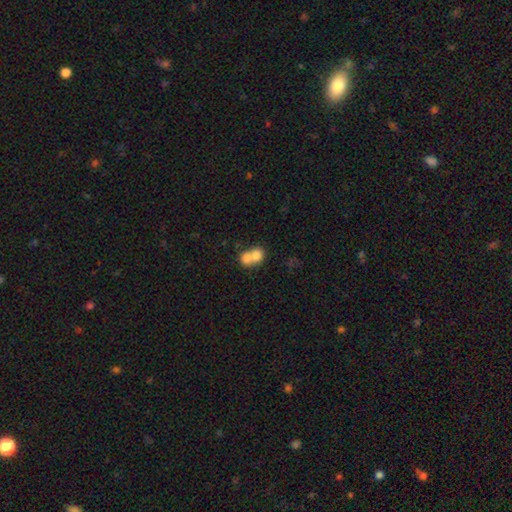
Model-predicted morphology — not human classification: The model was most divided on "how rounded": round: 68%, in between: 31%, cigar-shaped: 1%. More confident: smooth or featured — smooth (74%); merging — merger (71%).